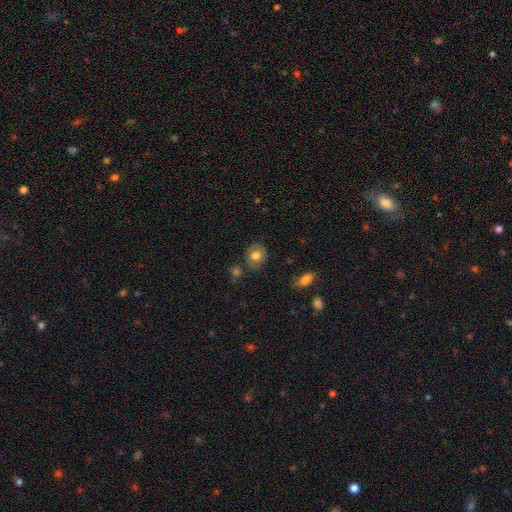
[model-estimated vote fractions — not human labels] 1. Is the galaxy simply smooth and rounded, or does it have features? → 74% smooth, 18% featured or disk, 8% star or artifact.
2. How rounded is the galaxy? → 63% round, 36% in between, 1% cigar-shaped.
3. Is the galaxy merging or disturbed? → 76% none, 15% minor disturbance, 5% merger, 4% major disturbance.